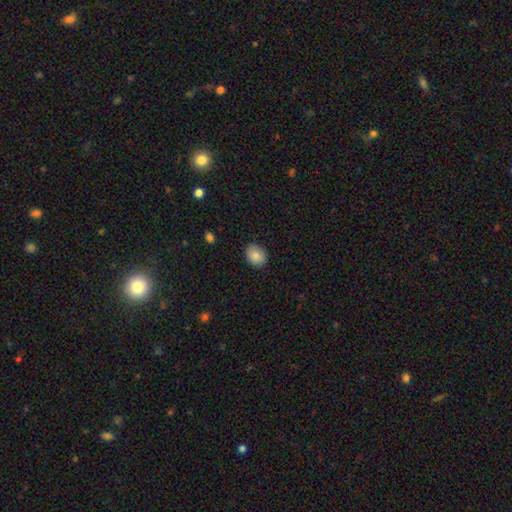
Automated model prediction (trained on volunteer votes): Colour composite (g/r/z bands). It shows a smooth galaxy with no disk features (85%) that is in between round and cigar-shaped (55%). Merging: none (87%).